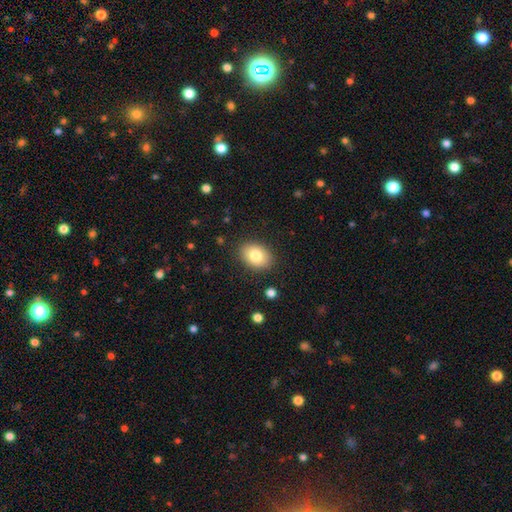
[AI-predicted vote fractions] This appears to be a smooth galaxy with no disk features (81%) that is in between round and cigar-shaped (76%). Merging: none (87%).